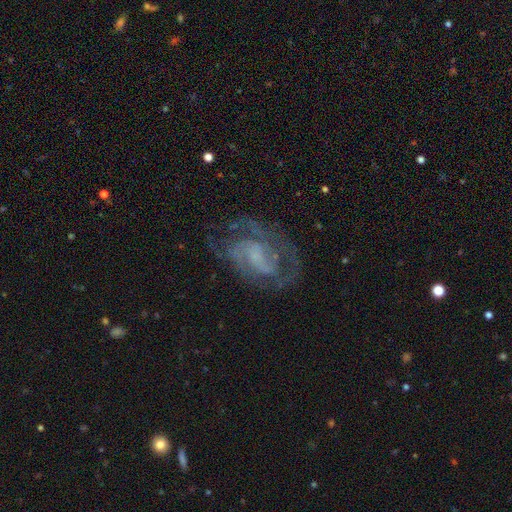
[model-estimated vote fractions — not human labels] This appears to be a featured or disk galaxy (79%) with no bar (48%), 2 (51%) medium (46%) spiral arms (90%) and a small central bulge (41%). Merging: none (64%).